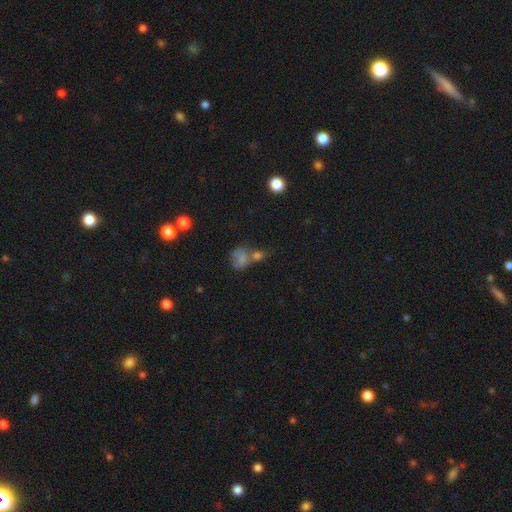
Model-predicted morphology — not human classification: A smooth galaxy with no disk features (48%). Merging: none (40%).